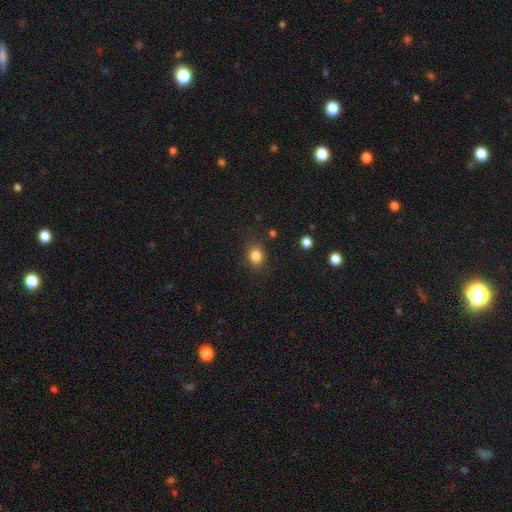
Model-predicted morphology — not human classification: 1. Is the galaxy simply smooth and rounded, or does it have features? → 83% smooth, 11% star or artifact, 6% featured or disk.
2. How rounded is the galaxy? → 58% round, 41% in between, 1% cigar-shaped.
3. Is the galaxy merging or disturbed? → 81% none, 13% minor disturbance, 4% major disturbance, 2% merger.